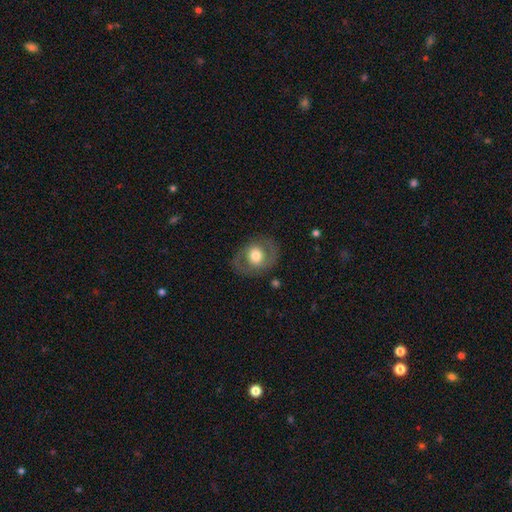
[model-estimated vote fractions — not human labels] A smooth galaxy with no disk features (49%).

Vote fractions:
- Smooth or featured? smooth: 49% / featured or disk: 45% / star or artifact: 7%
- Merging? none: 79% / minor disturbance: 12% / major disturbance: 7% / merger: 1%